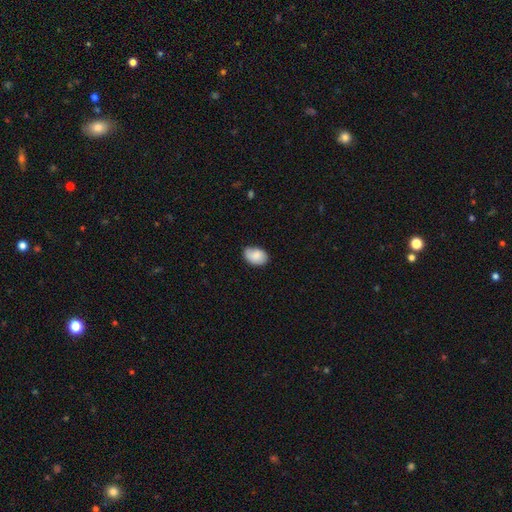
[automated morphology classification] Smooth or featured? smooth (81%)
How rounded? in between (84%)
Merging? none (67%)